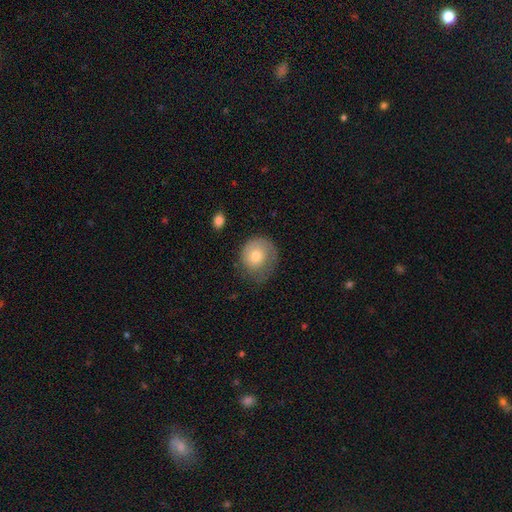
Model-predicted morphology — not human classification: Smooth or featured? Predicted: smooth (p=0.57). How rounded? Predicted: round (p=0.80). Merging? Predicted: none (p=0.55).